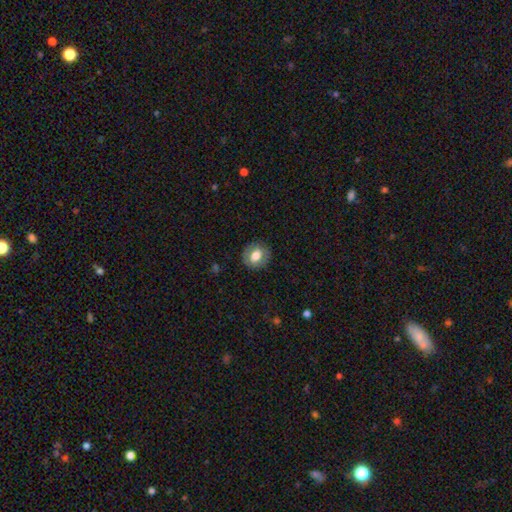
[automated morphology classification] This is likely a smooth galaxy (72%). How rounded: likely round (63%). Merging: clearly none (85%).